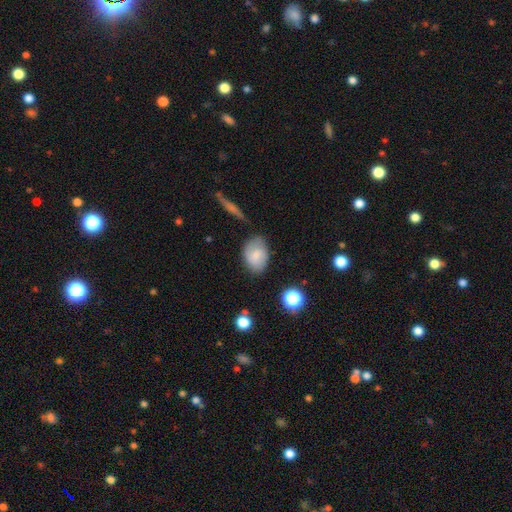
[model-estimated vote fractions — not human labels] Overall: smooth (73%). How rounded: in between (80%). Merging: none (71%).